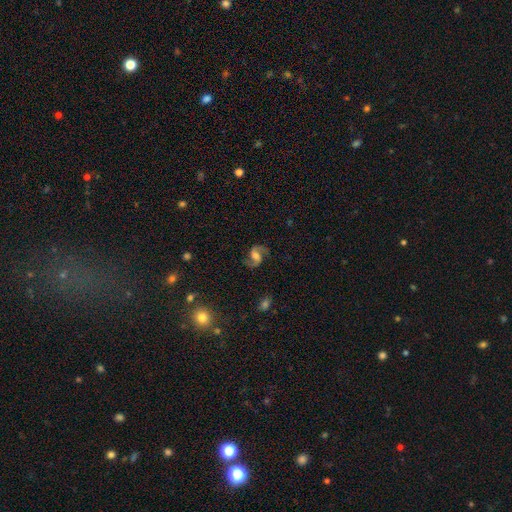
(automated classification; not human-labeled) smooth-or-featured: featured or disk: 86% | smooth: 8% | star or artifact: 6%
  disk-edge-on: no: 98% | yes: 2%
    bar: weak: 47% | no: 35% | strong: 18%
    has-spiral-arms: yes: 97% | no: 3%
      spiral-winding: medium: 50% | loose: 40% | tight: 10%
      spiral-arm-count: 2: 94% | can't tell: 2% | 1: 2% | 3: 1% | 4: 1% | more than 4: 1%
    bulge-size: moderate: 54% | large: 19% | small: 17% | none: 7% | dominant: 2%
  merging: none: 81% | minor disturbance: 12% | major disturbance: 5% | merger: 1%